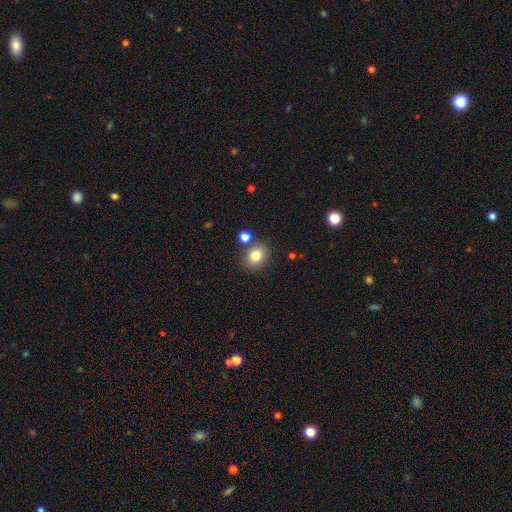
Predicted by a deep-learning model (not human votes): A smooth galaxy with no disk features (80%) that is round (62%).

Vote fractions:
- Smooth or featured? smooth: 80% / star or artifact: 11% / featured or disk: 9%
- How rounded? round: 62% / in between: 37% / cigar-shaped: 1%
- Merging? none: 78% / minor disturbance: 10% / merger: 9% / major disturbance: 3%